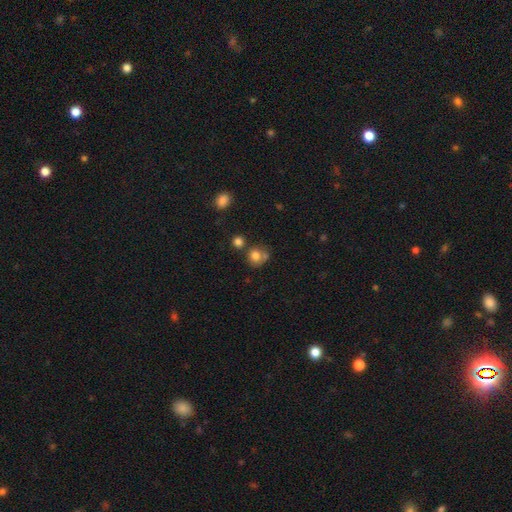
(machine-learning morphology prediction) A smooth galaxy with no disk features (77%) that is round (79%). Merging: none (51%).